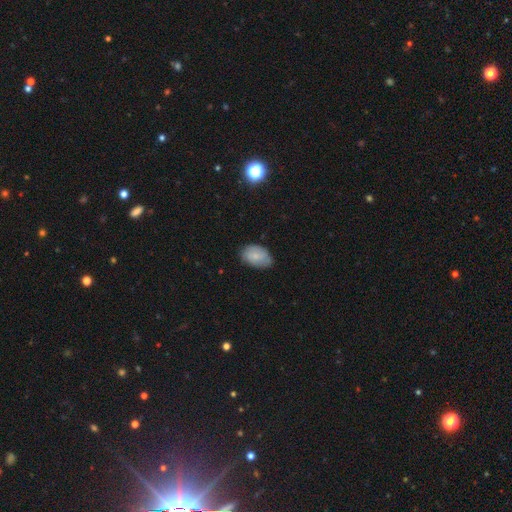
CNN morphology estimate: A smooth galaxy with no disk features (78%) that is in between round and cigar-shaped (89%). Merging: none (71%).